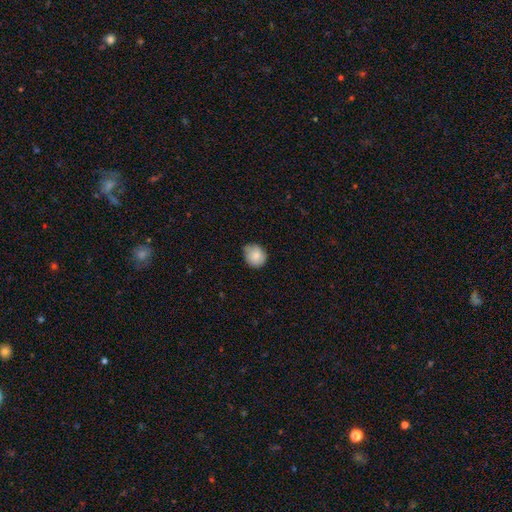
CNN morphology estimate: This is clearly a smooth galaxy (83%). How rounded: likely round (77%). Merging: likely none (67%).